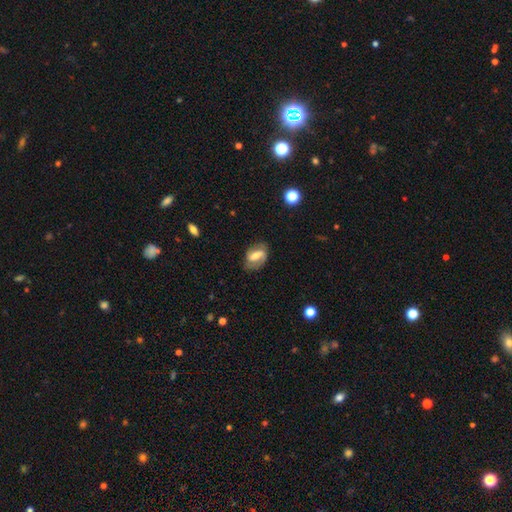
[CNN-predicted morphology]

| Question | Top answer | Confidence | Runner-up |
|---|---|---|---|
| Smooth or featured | featured or disk | 71% | smooth (23%) |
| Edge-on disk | no | 95% | yes (5%) |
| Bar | strong | 43% | weak (40%) |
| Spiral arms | yes | 85% | no (15%) |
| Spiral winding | medium | 46% | tight (29%) |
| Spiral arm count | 2 | 81% | 1 (9%) |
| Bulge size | moderate | 59% | small (26%) |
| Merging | none | 74% | minor disturbance (18%) |